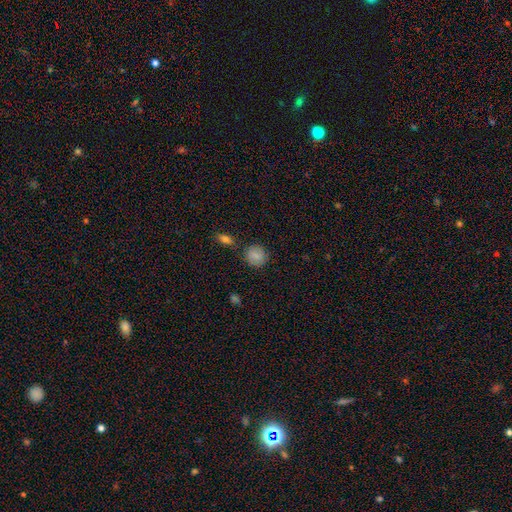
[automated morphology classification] The model was most divided on "merging": none: 82%, minor disturbance: 11%, merger: 5%, major disturbance: 3%. More confident: how rounded — round (86%); smooth or featured — smooth (83%).